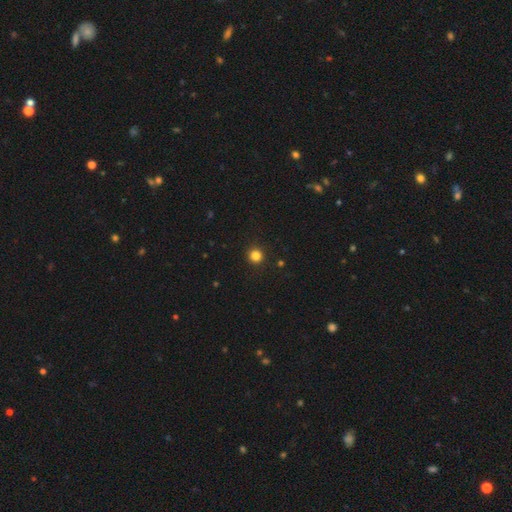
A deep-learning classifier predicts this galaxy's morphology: type=smooth (83%); roundness=round (95%); merging=none (93%).